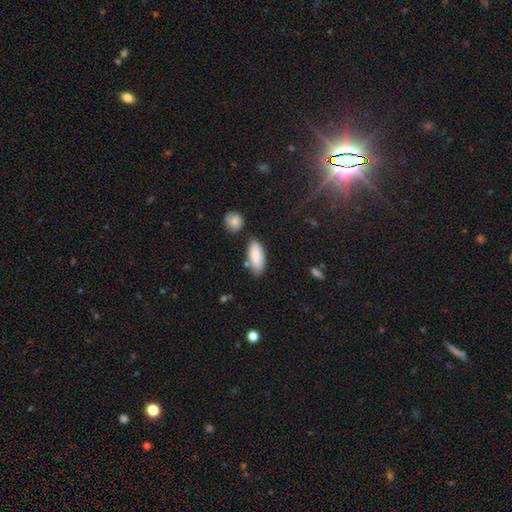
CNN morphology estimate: This appears to be a smooth galaxy with no disk features (86%) that is in between round and cigar-shaped (80%). Merging: none (75%).